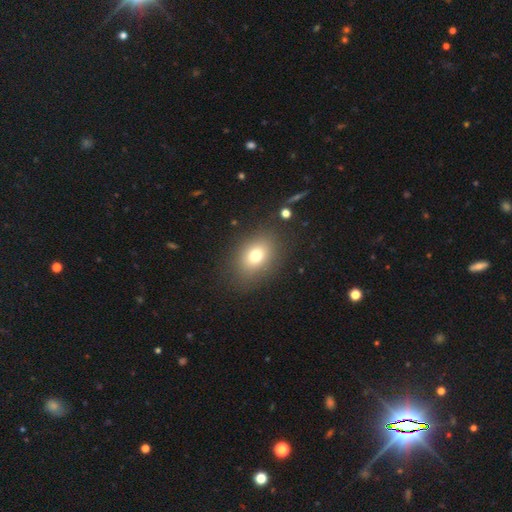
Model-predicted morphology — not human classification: A smooth galaxy with no disk features (74%) that is in between round and cigar-shaped (68%).

Vote fractions:
- Smooth or featured? smooth: 74% / star or artifact: 13% / featured or disk: 13%
- How rounded? in between: 68% / round: 31% / cigar-shaped: 1%
- Merging? none: 82% / minor disturbance: 11% / major disturbance: 5% / merger: 2%